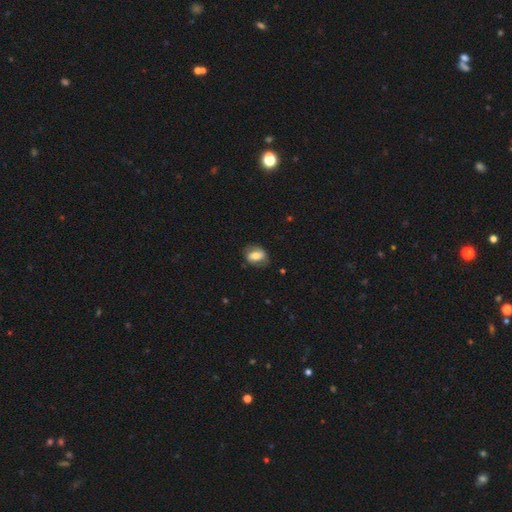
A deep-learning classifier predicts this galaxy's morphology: This appears to be a smooth galaxy with no disk features (51%) that is in between round and cigar-shaped (75%). Merging: none (70%).